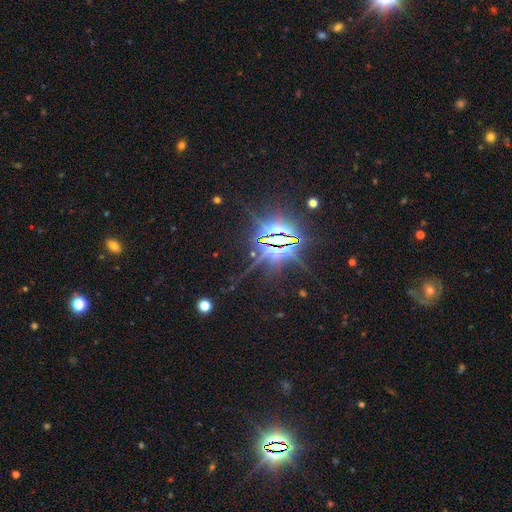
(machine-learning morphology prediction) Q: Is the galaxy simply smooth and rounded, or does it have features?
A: star or artifact — 85%.